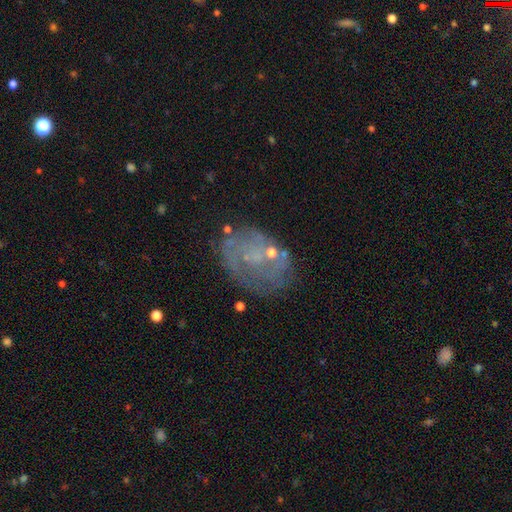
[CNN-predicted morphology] smooth_or_featured: featured or disk (p=0.60) [alt: smooth p=0.24]
disk_edge_on: no (p=0.97) [alt: yes p=0.03]
bar: no (p=0.69) [alt: weak p=0.25]
has_spiral_arms: yes (p=0.52) [alt: no p=0.48]
bulge_size: small (p=0.60) [alt: none p=0.24]
merging: none (p=0.63) [alt: minor disturbance p=0.18]